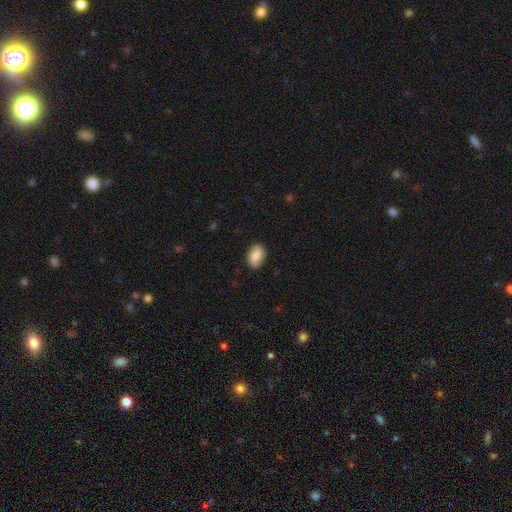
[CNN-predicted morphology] This is likely a smooth galaxy (70%). How rounded: likely in between (79%). Merging: clearly none (84%).